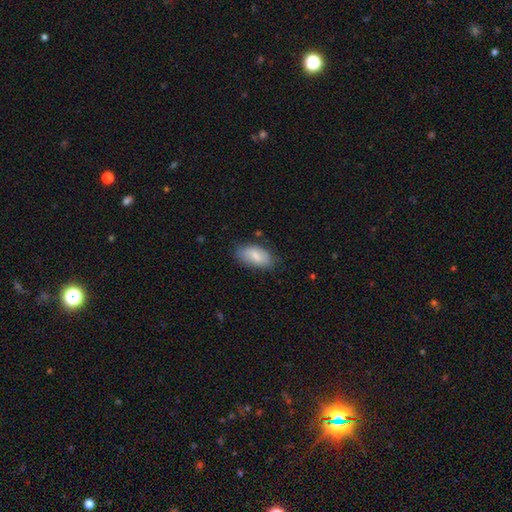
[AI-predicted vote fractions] A smooth galaxy with no disk features (78%) that is in between round and cigar-shaped (94%). Merging: none (76%).